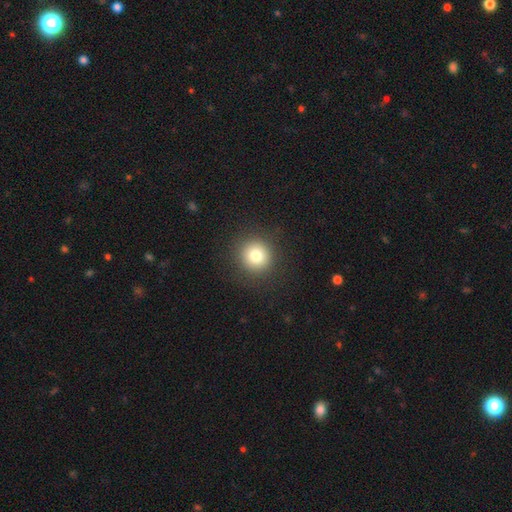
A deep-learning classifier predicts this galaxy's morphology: Smooth or featured?
  - smooth: 80% *
  - star or artifact: 12%
  - featured or disk: 8%
How rounded?
  - round: 93% *
  - in between: 6%
  - cigar-shaped: 1%
Merging?
  - none: 90% *
  - minor disturbance: 6%
  - major disturbance: 3%
  - merger: 1%